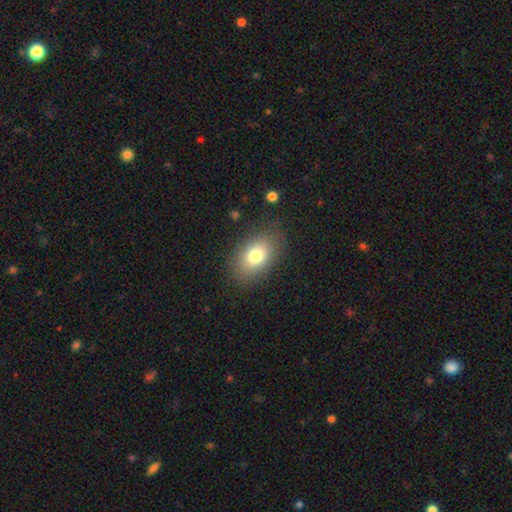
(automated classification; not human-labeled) Smooth or featured: smooth — 77% (featured or disk — 13%)
How rounded: in between — 84% (round — 14%)
Merging: none — 81% (minor disturbance — 13%)